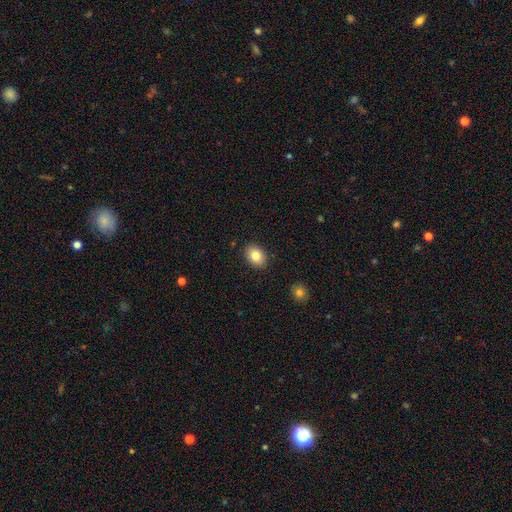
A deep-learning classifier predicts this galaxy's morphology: type=smooth (82%); roundness=in between (73%); merging=none (89%).